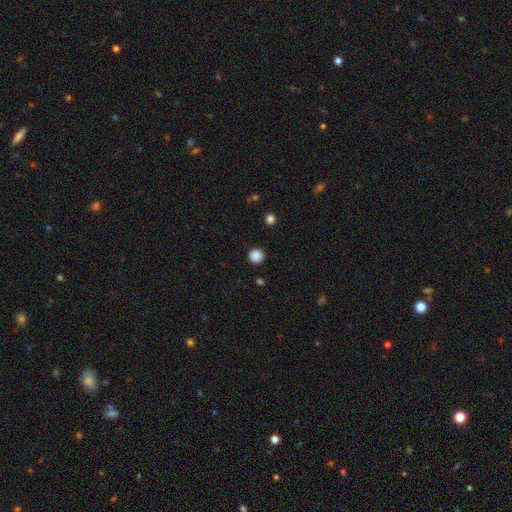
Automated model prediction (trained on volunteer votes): A smooth galaxy with no disk features (87%) that is round (95%). Merging: none (92%).